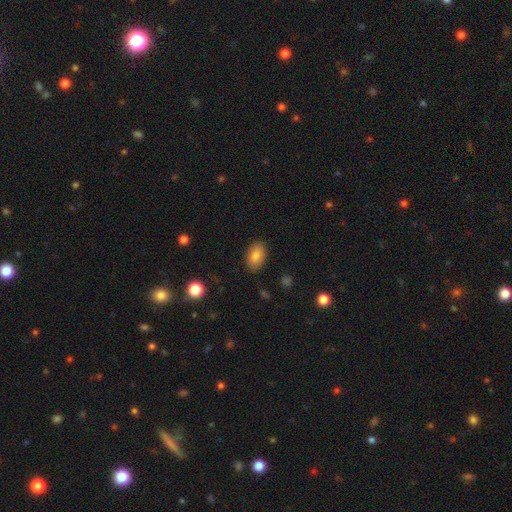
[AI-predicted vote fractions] This appears to be a smooth galaxy with no disk features (82%) that is in between round and cigar-shaped (90%). Merging: none (87%).